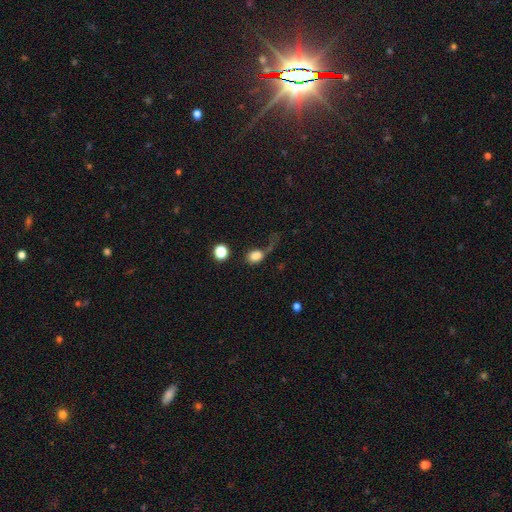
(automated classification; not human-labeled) A smooth galaxy with no disk features (80%) that is in between round and cigar-shaped (60%). Merging: major disturbance (35%).